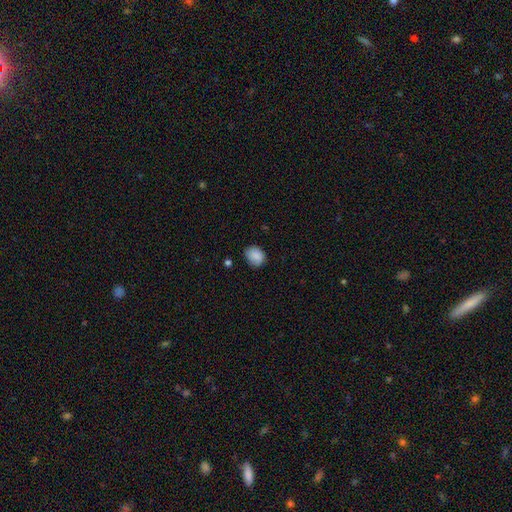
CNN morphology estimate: This appears to be a smooth galaxy with no disk features (88%) that is round (53%). Merging: none (77%).